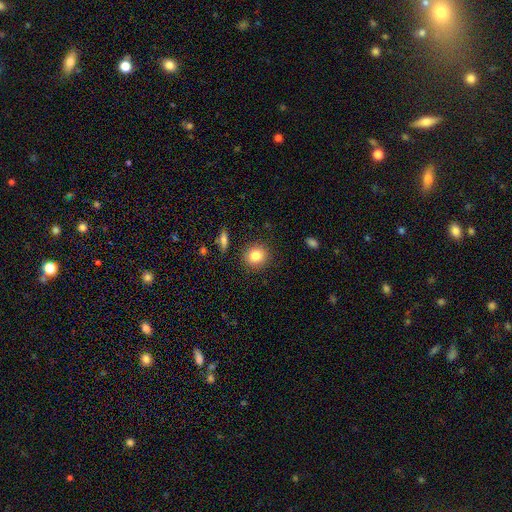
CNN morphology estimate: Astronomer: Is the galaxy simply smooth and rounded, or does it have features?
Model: smooth — 83%.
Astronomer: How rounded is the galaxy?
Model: round — 86%.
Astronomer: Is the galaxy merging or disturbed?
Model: none — 89%.